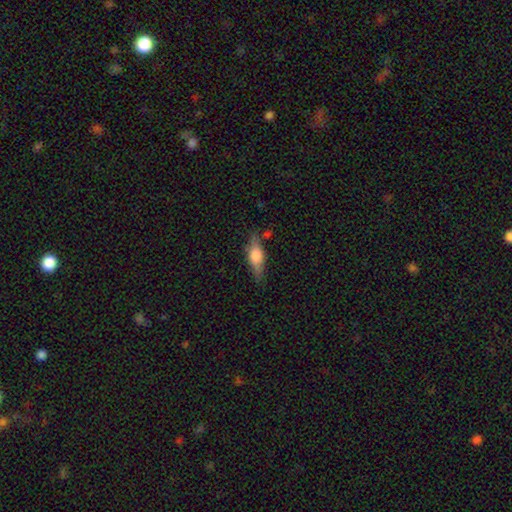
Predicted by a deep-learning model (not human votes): A smooth galaxy with no disk features (47%). Merging: none (73%).